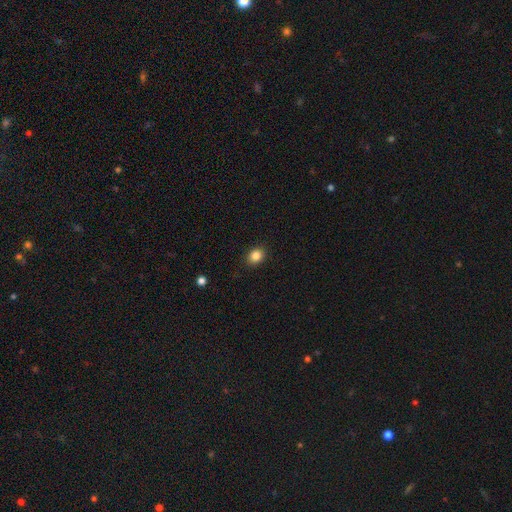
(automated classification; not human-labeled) Smooth or featured?
  - smooth: 85% *
  - star or artifact: 10%
  - featured or disk: 5%
How rounded?
  - in between: 50% *
  - round: 49%
  - cigar-shaped: 1%
Merging?
  - none: 90% *
  - minor disturbance: 8%
  - major disturbance: 2%
  - merger: 1%